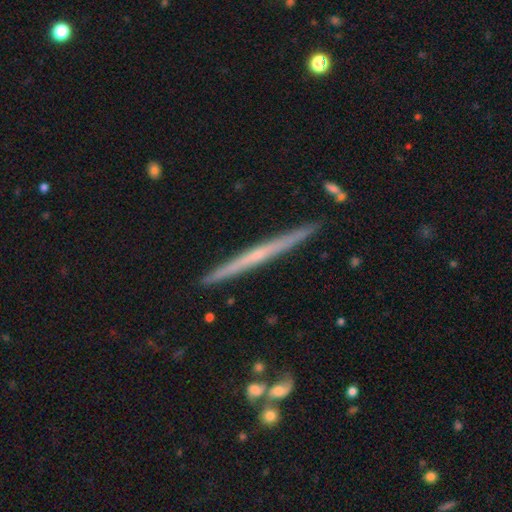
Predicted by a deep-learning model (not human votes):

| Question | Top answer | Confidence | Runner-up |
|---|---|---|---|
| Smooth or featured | featured or disk | 64% | smooth (30%) |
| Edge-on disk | yes | 98% | no (2%) |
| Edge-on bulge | none | 73% | rounded (22%) |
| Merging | none | 91% | minor disturbance (6%) |